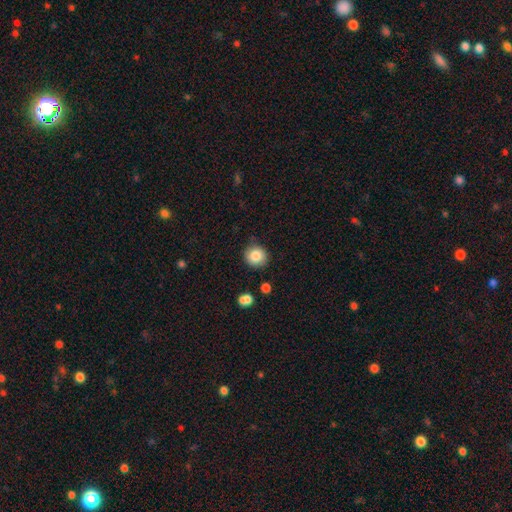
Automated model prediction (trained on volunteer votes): A smooth galaxy with no disk features (84%) that is round (90%).

Vote fractions:
- Smooth or featured? smooth: 84% / star or artifact: 10% / featured or disk: 7%
- How rounded? round: 90% / in between: 9% / cigar-shaped: 1%
- Merging? none: 82% / minor disturbance: 13% / major disturbance: 3% / merger: 2%